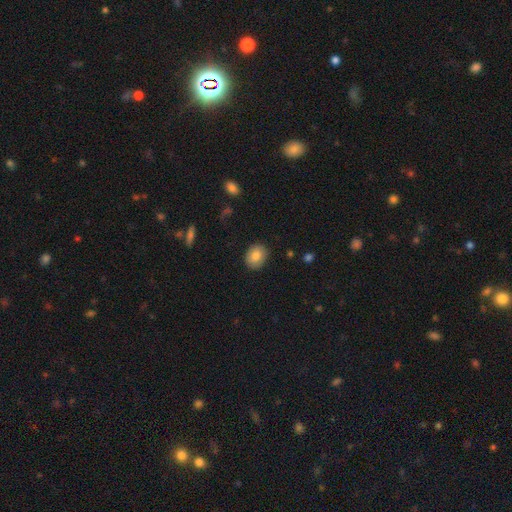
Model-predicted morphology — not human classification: Q: Smooth or featured?
A: smooth (82%); runner-up: featured or disk (10%)
Q: How rounded?
A: in between (50%); runner-up: round (49%)
Q: Merging?
A: none (87%); runner-up: minor disturbance (9%)